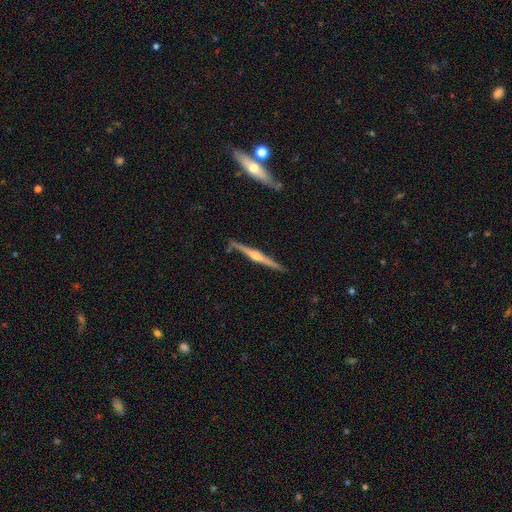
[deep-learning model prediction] Overall: featured or disk (80%). Edge-on disk: yes (98%). Edge-on bulge: rounded (87%). Merging: none (87%).